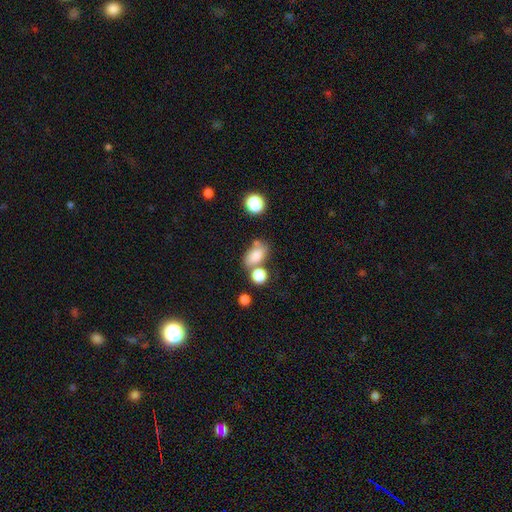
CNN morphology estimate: This appears to be a smooth galaxy with no disk features (80%) that is in between round and cigar-shaped (84%). Merging: none (51%).